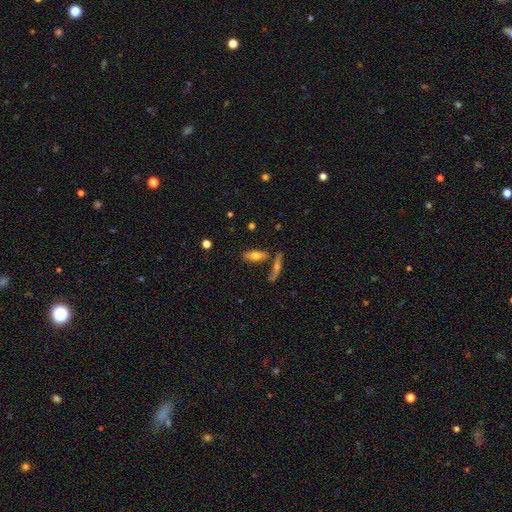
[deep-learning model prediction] The model was most divided on "how rounded": in between: 66%, cigar-shaped: 31%, round: 3%. More confident: merging — none (69%); smooth or featured — smooth (65%).